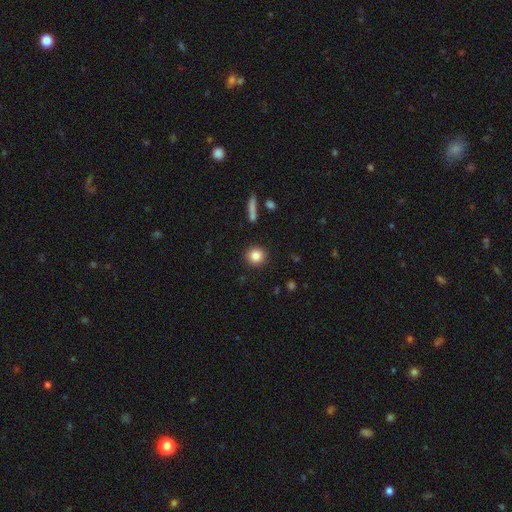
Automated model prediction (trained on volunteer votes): This appears to be a smooth galaxy with no disk features (84%) that is round (92%). Merging: none (91%).